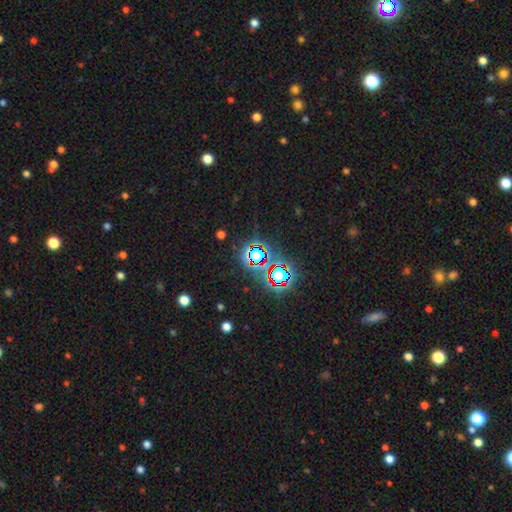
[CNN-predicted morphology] Smooth or featured? star or artifact (73%)